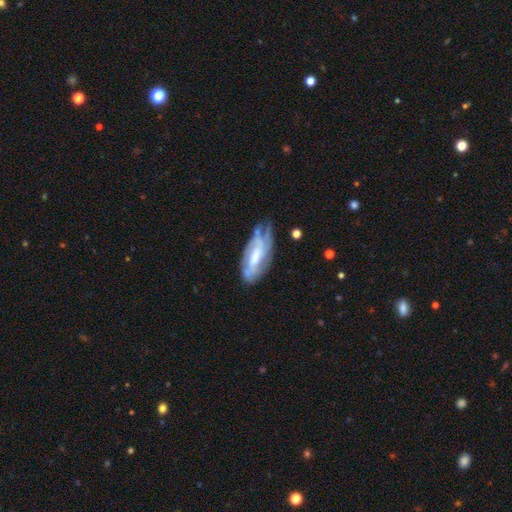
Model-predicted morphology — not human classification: smooth_or_featured: featured or disk (p=0.69) [alt: smooth p=0.24]
disk_edge_on: no (p=0.89) [alt: yes p=0.11]
bar: no (p=0.41) [alt: weak p=0.39]
has_spiral_arms: yes (p=0.80) [alt: no p=0.20]
bulge_size: moderate (p=0.44) [alt: small p=0.25]
merging: none (p=0.52) [alt: minor disturbance p=0.30]